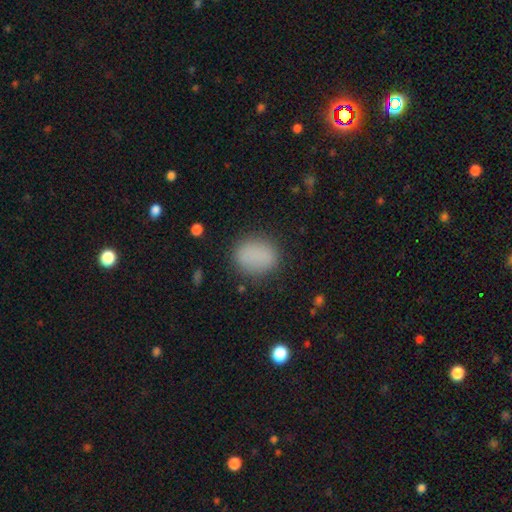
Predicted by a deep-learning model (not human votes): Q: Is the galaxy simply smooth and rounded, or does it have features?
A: smooth — 84%.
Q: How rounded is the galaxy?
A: round — 50%.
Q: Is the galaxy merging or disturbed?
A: none — 83%.